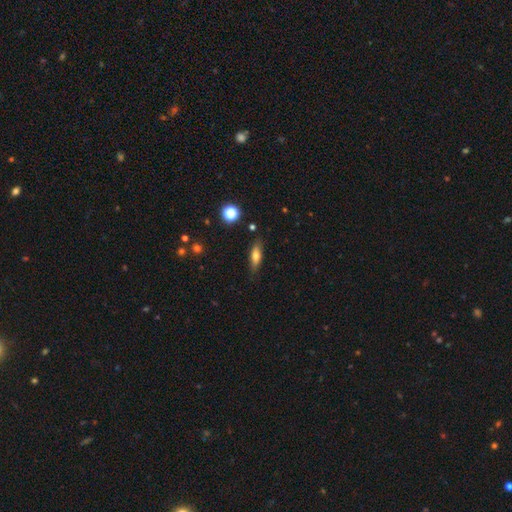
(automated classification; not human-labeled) The model was most divided on "how rounded": in between: 54%, cigar-shaped: 42%, round: 4%. More confident: merging — none (81%); smooth or featured — smooth (65%).